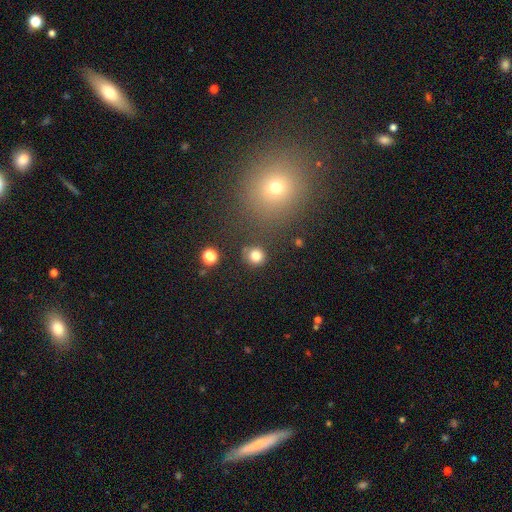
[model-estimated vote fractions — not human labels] Smooth or featured: smooth — 81% (star or artifact — 13%)
How rounded: round — 88% (in between — 11%)
Merging: none — 83% (minor disturbance — 9%)